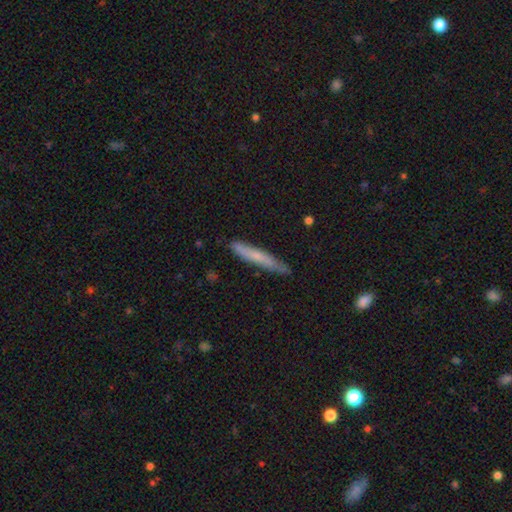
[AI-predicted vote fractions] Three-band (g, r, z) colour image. It shows a smooth galaxy with no disk features (60%) that is cigar-shaped (94%). Merging: none (81%).